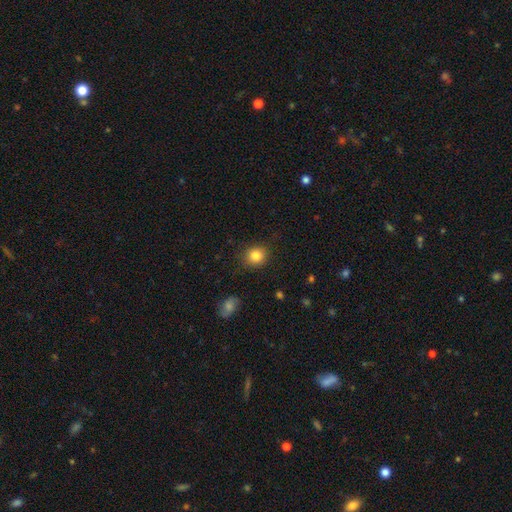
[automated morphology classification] Smooth or featured? smooth (84%)
How rounded? round (79%)
Merging? none (85%)